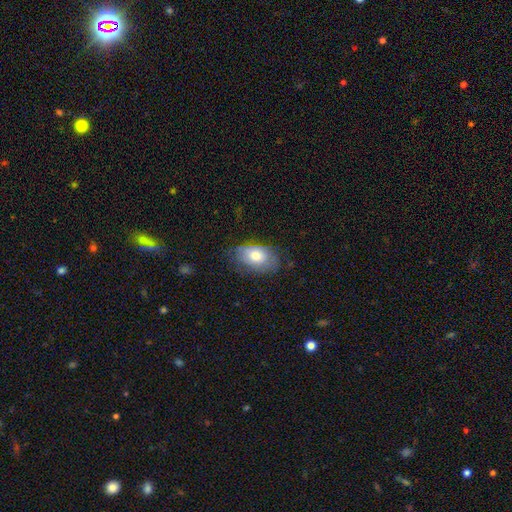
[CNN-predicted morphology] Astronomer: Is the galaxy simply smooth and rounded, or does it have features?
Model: smooth — 71%.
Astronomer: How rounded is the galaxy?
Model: in between — 90%.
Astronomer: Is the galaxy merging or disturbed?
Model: none — 67%.